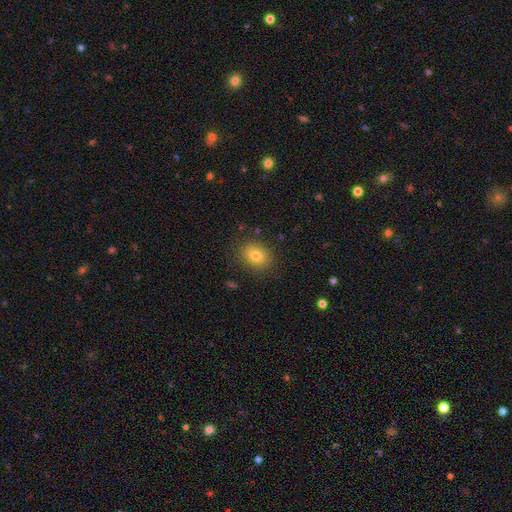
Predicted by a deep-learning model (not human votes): Smooth or featured? smooth (79%)
How rounded? in between (55%)
Merging? none (86%)